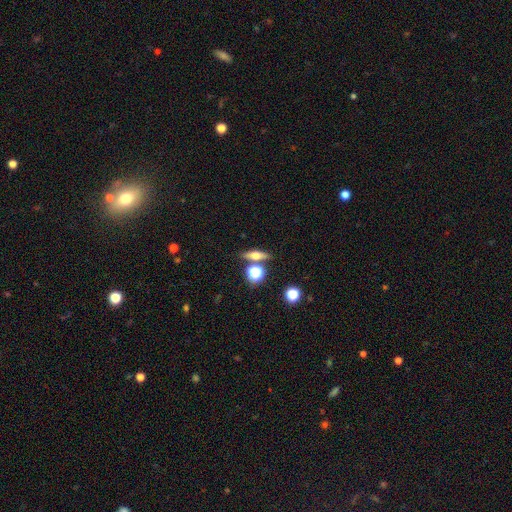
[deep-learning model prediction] Smooth or featured? Predicted: featured or disk (p=0.45). Merging? Predicted: none (p=0.77).